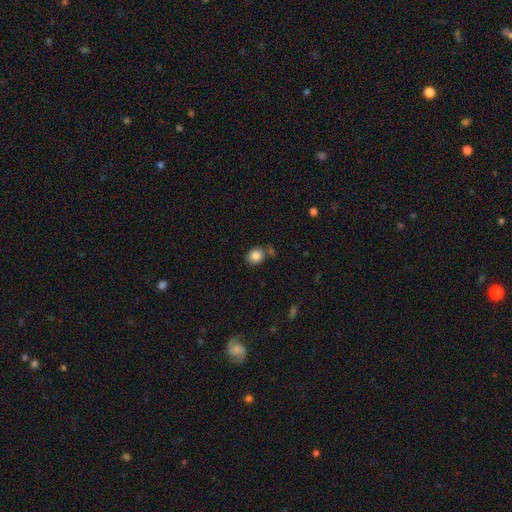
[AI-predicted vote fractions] smooth 85%, star or artifact 9%, featured or disk 6%. Down the decision tree: how rounded — round (70%); merging — none (70%).